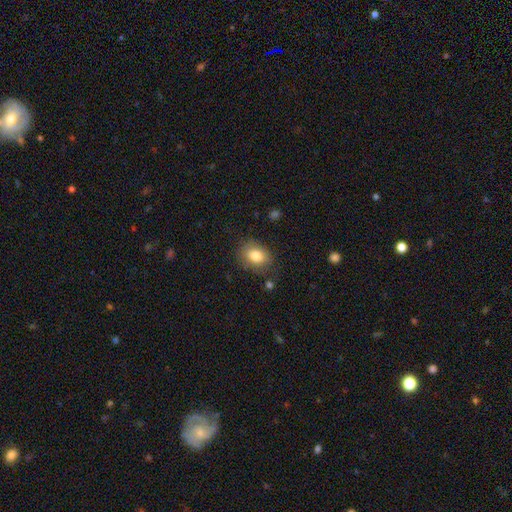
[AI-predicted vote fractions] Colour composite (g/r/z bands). It shows a smooth galaxy with no disk features (82%) that is in between round and cigar-shaped (66%). Merging: none (79%).